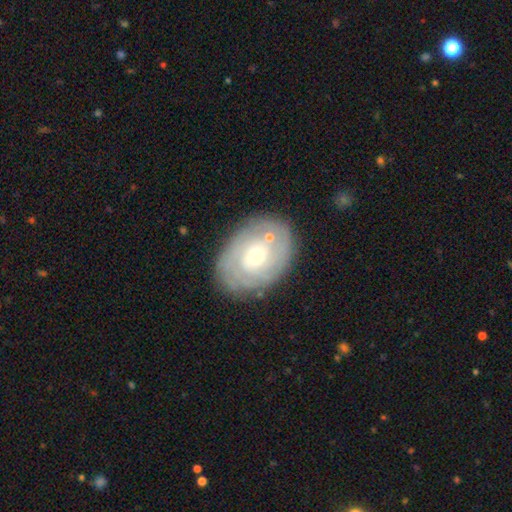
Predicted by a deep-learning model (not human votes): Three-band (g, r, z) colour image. It shows a featured or disk galaxy (67%) with no bar (73%), tight (72%) spiral arms (80%) and a moderate central bulge (48%). Merging: none (77%).